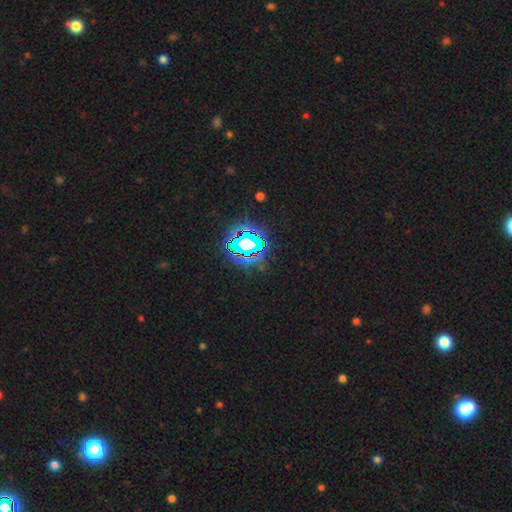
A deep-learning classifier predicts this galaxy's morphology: A star or artifact, not a galaxy (84%).